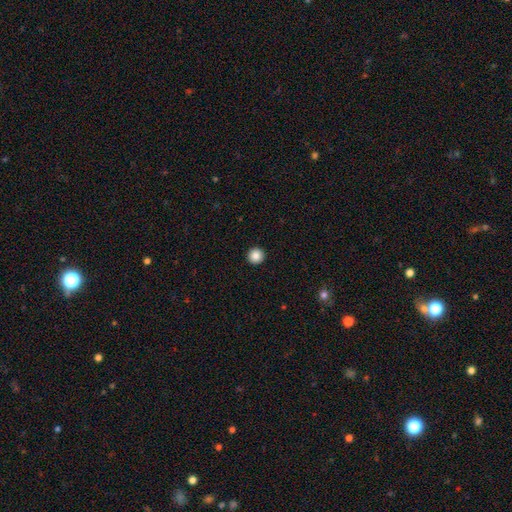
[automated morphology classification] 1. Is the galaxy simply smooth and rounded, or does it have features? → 87% smooth, 10% star or artifact, 4% featured or disk.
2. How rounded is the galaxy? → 97% round, 2% in between, 1% cigar-shaped.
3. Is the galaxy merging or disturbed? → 94% none, 3% minor disturbance, 1% major disturbance, 1% merger.